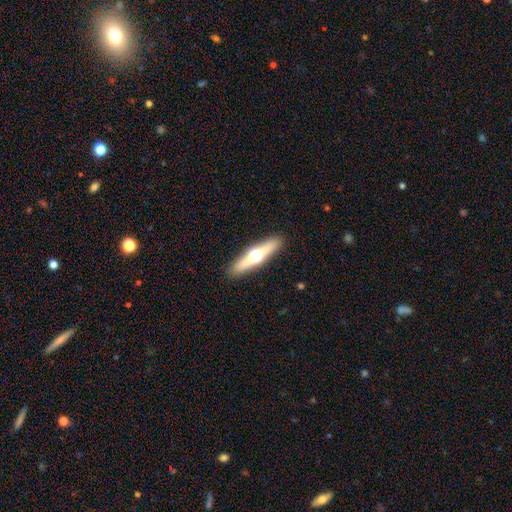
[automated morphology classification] Smooth or featured? Predicted: featured or disk (p=0.59). Edge-on disk? Predicted: yes (p=0.94). Edge-on bulge? Predicted: rounded (p=0.95). Merging? Predicted: none (p=0.90).